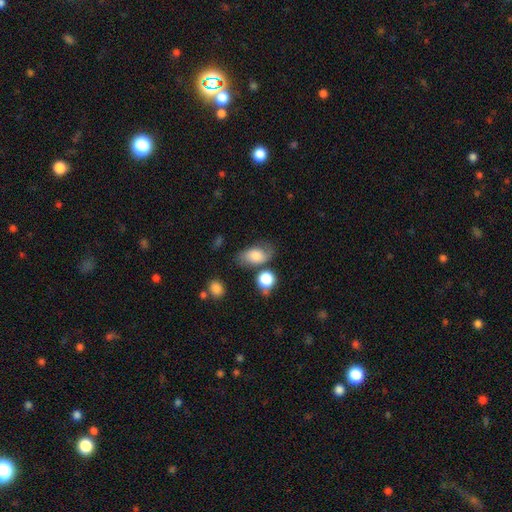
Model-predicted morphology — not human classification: Smooth or featured? smooth (69%)
How rounded? in between (86%)
Merging? none (61%)